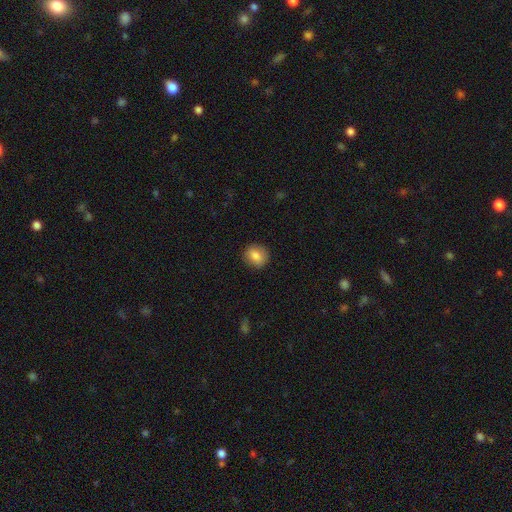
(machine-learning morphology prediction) A smooth galaxy with no disk features (82%) that is round (80%). Merging: none (88%).